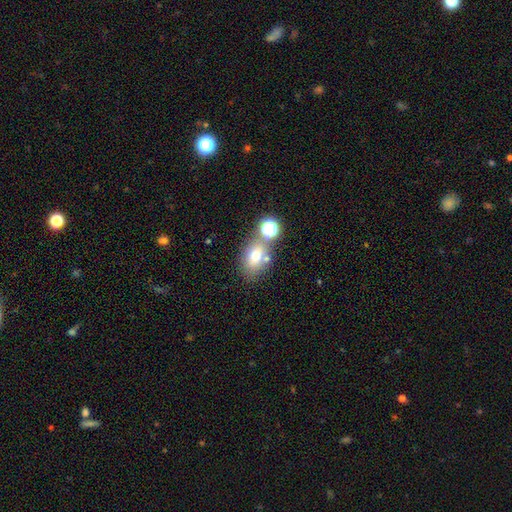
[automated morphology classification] Smooth or featured: smooth — 69% (featured or disk — 17%)
How rounded: in between — 70% (round — 29%)
Merging: none — 58% (merger — 22%)